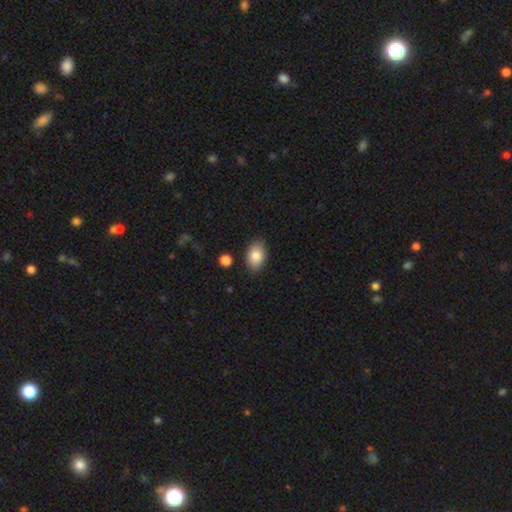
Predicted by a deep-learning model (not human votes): This is clearly a smooth galaxy (84%). How rounded: clearly in between (88%). Merging: clearly none (85%).